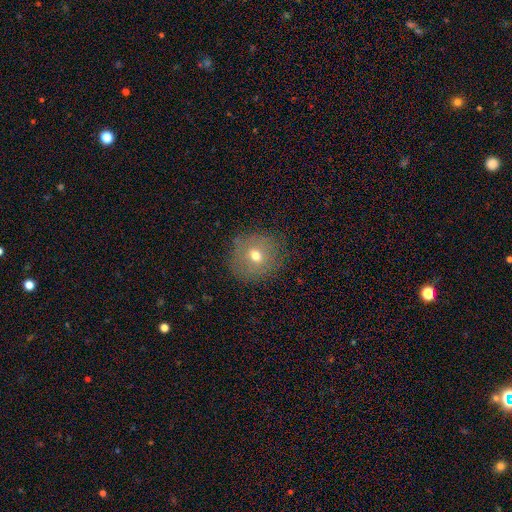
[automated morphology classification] A smooth galaxy with no disk features (62%) that is round (85%).

Vote fractions:
- Smooth or featured? smooth: 62% / featured or disk: 25% / star or artifact: 12%
- How rounded? round: 85% / in between: 14% / cigar-shaped: 1%
- Merging? none: 81% / minor disturbance: 13% / major disturbance: 5% / merger: 1%